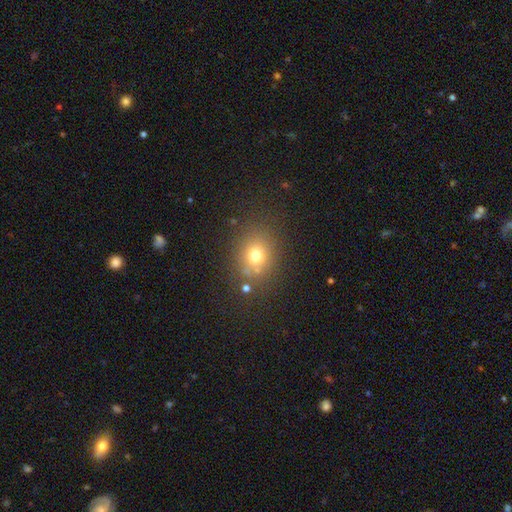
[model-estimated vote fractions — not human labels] This is likely a smooth galaxy (73%). How rounded: likely round (66%). Merging: likely none (77%).